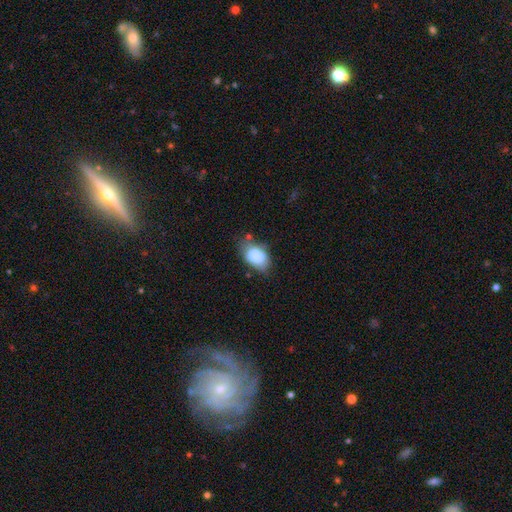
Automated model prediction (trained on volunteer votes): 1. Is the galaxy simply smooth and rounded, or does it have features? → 83% smooth, 10% featured or disk, 8% star or artifact.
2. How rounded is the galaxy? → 87% in between, 11% round, 2% cigar-shaped.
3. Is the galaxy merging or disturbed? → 55% none, 31% minor disturbance, 8% major disturbance, 6% merger.